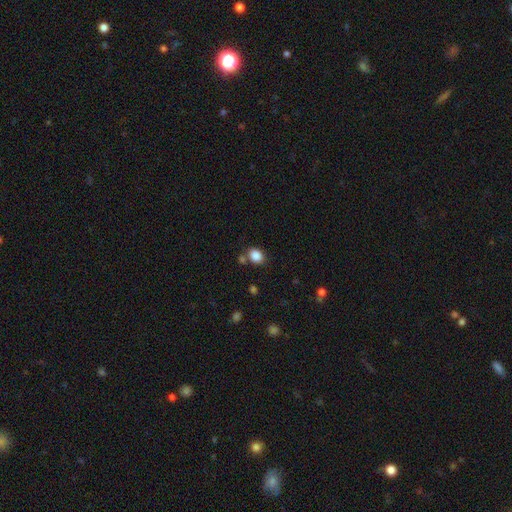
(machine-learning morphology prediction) A smooth galaxy with no disk features (86%) that is in between round and cigar-shaped (56%).

Vote fractions:
- Smooth or featured? smooth: 86% / star or artifact: 10% / featured or disk: 4%
- How rounded? in between: 56% / round: 43% / cigar-shaped: 1%
- Merging? none: 70% / minor disturbance: 14% / merger: 12% / major disturbance: 4%